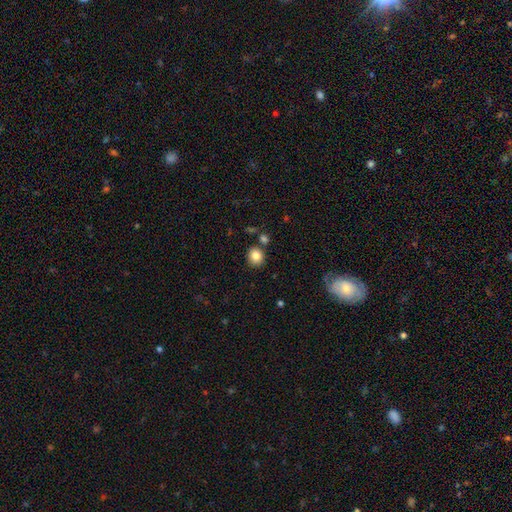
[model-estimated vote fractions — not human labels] Overall: smooth (84%). How rounded: round (79%). Merging: none (81%).